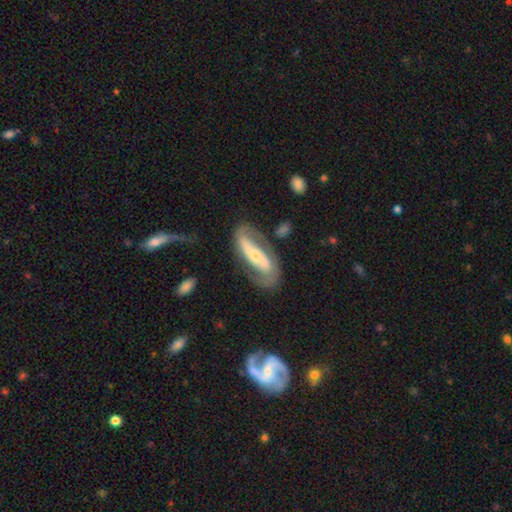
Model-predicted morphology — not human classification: featured or disk 80%, smooth 15%, star or artifact 5%. Down the decision tree: edge-on disk — no (89%); bar — strong (52%); spiral arms — yes (89%); spiral arm count — 2 (86%); spiral winding — medium (40%); bulge size — small (56%); merging — none (67%).